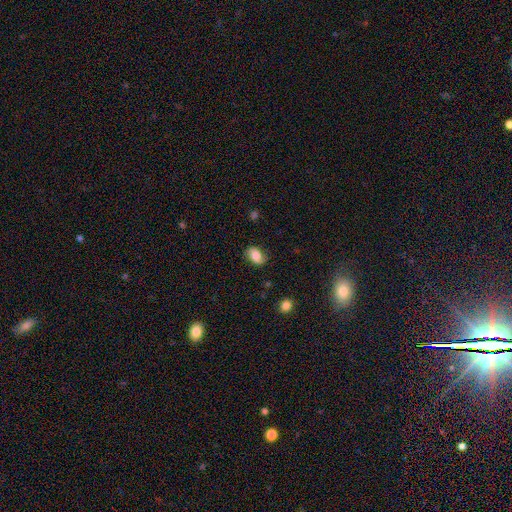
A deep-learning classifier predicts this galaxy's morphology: Smooth or featured?
  - smooth: 63% *
  - featured or disk: 27%
  - star or artifact: 9%
How rounded?
  - in between: 84% *
  - round: 15%
  - cigar-shaped: 2%
Merging?
  - none: 76% *
  - minor disturbance: 18%
  - major disturbance: 5%
  - merger: 1%